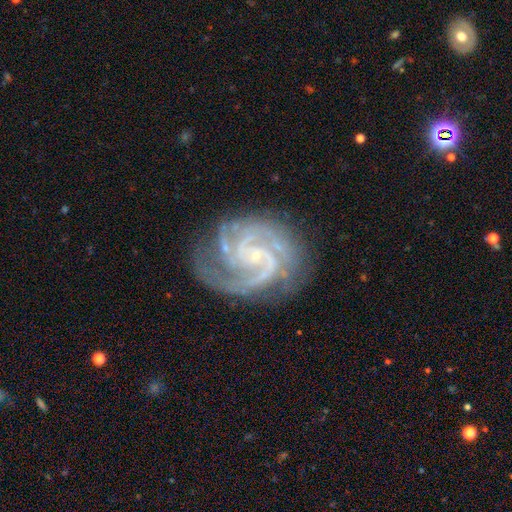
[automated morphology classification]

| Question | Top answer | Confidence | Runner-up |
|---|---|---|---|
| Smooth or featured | featured or disk | 92% | star or artifact (5%) |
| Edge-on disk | no | 98% | yes (2%) |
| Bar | no | 60% | weak (30%) |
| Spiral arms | yes | 99% | no (1%) |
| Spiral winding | tight | 53% | medium (42%) |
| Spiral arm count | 2 | 38% | 3 (31%) |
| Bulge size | small | 86% | moderate (8%) |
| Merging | none | 72% | minor disturbance (18%) |